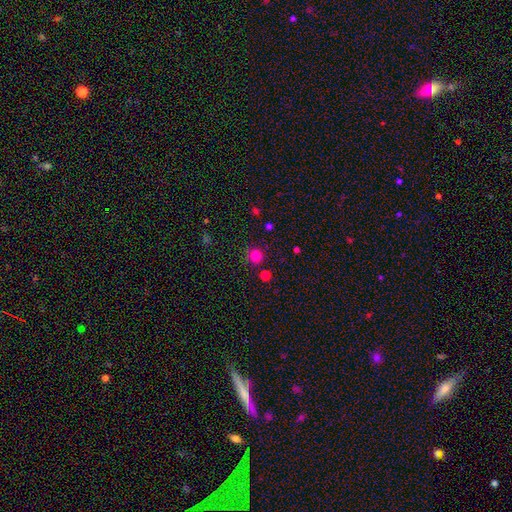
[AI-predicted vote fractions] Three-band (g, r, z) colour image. It shows a smooth galaxy with no disk features (81%) that is round (94%). Merging: none (86%).